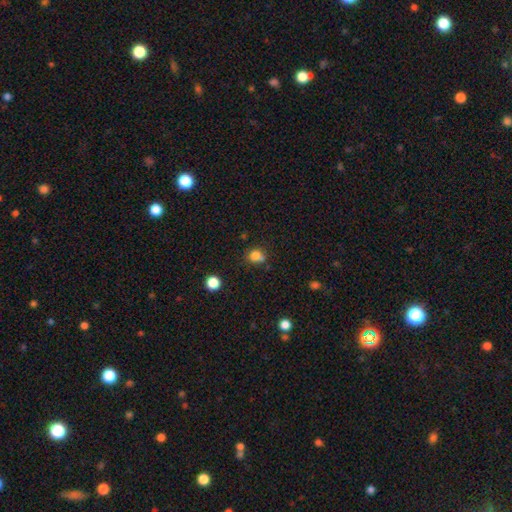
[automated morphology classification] smooth-or-featured: smooth: 77% | star or artifact: 14% | featured or disk: 9%
  how-rounded: round: 69% | in between: 30% | cigar-shaped: 1%
  merging: none: 51% | minor disturbance: 21% | merger: 19% | major disturbance: 8%